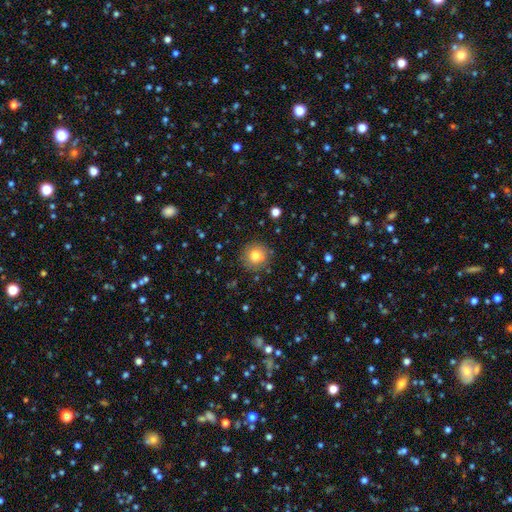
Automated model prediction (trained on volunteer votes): smooth_or_featured: smooth (p=0.80) [alt: star or artifact p=0.11]
how_rounded: round (p=0.93) [alt: in between p=0.06]
merging: none (p=0.87) [alt: minor disturbance p=0.08]